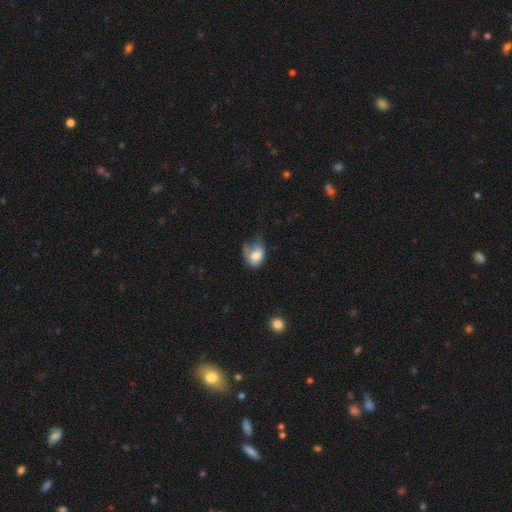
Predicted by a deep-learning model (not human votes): This is likely a smooth galaxy (70%). How rounded: likely in between (62%). Merging: marginally major disturbance (35%, tied with minor disturbance).